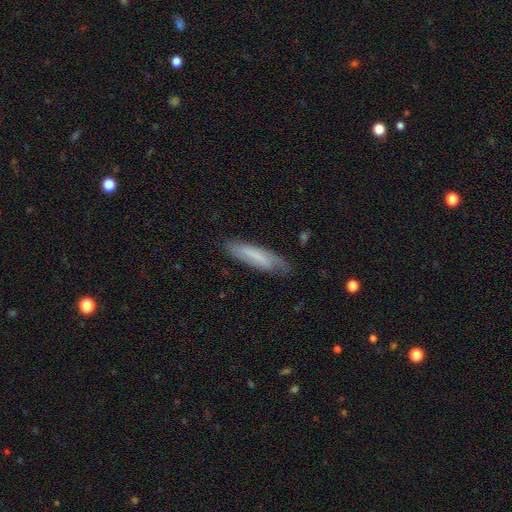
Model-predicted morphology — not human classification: This is possibly a smooth galaxy (54%). How rounded: likely cigar-shaped (73%). Merging: likely none (71%).